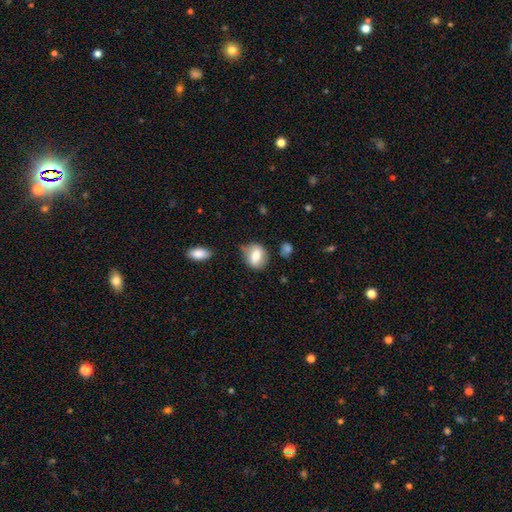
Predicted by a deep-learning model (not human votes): smooth-or-featured: smooth: 70% | featured or disk: 22% | star or artifact: 8%
  how-rounded: in between: 61% | round: 36% | cigar-shaped: 3%
  merging: none: 62% | minor disturbance: 25% | major disturbance: 8% | merger: 5%